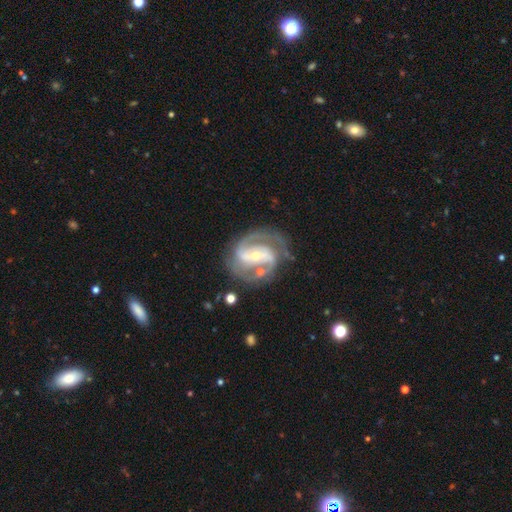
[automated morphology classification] Smooth or featured? Predicted: featured or disk (p=0.90). Edge-on disk? Predicted: no (p=0.97). Bar? Predicted: strong (p=0.47). Spiral arms? Predicted: yes (p=0.97). Spiral winding? Predicted: medium (p=0.54). Spiral arm count? Predicted: 2 (p=0.81). Bulge size? Predicted: small (p=0.56). Merging? Predicted: none (p=0.71).